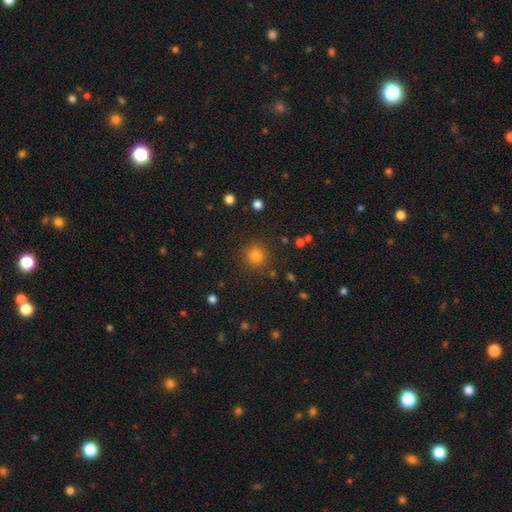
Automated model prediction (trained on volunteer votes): Smooth or featured: smooth — 80% (star or artifact — 15%)
How rounded: round — 93% (in between — 6%)
Merging: none — 88% (minor disturbance — 7%)